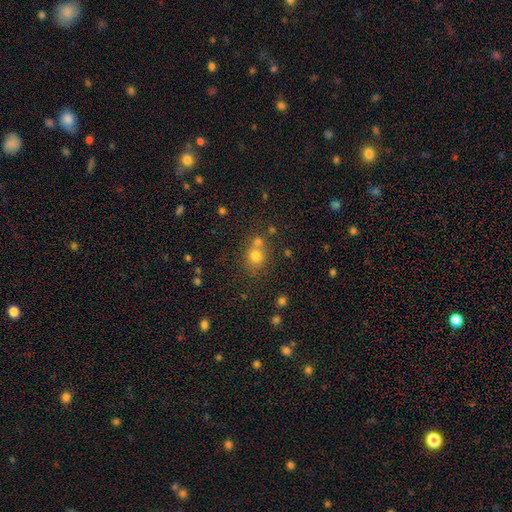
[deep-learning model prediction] This is likely a smooth galaxy (75%). How rounded: likely round (76%). Merging: possibly none (54%).